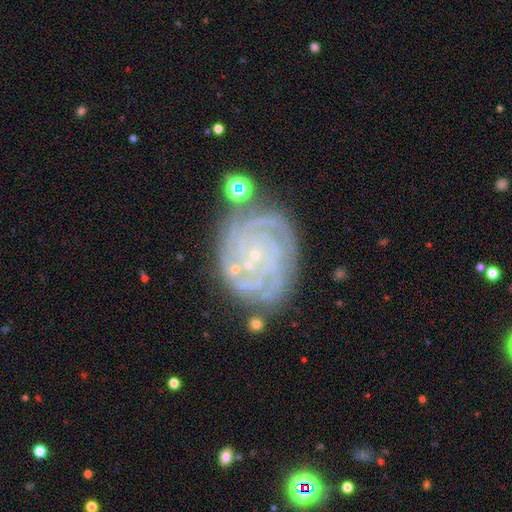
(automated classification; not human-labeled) smooth_or_featured: featured or disk (p=0.87) [alt: star or artifact p=0.07]
disk_edge_on: no (p=0.98) [alt: yes p=0.02]
bar: no (p=0.75) [alt: weak p=0.18]
has_spiral_arms: yes (p=0.98) [alt: no p=0.02]
spiral_winding: tight (p=0.82) [alt: medium p=0.16]
spiral_arm_count: 4 (p=0.33) [alt: 3 p=0.19]
bulge_size: small (p=0.88) [alt: moderate p=0.07]
merging: none (p=0.71) [alt: minor disturbance p=0.18]